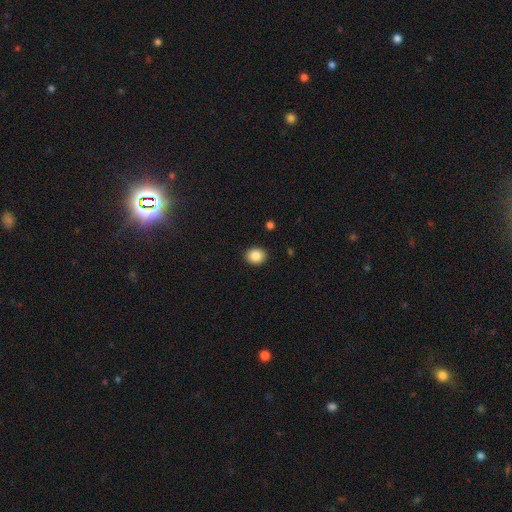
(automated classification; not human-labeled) This is clearly a smooth galaxy (86%). How rounded: likely round (68%). Merging: clearly none (91%).